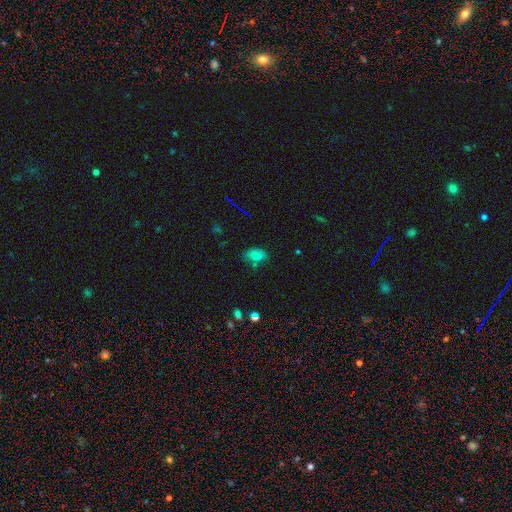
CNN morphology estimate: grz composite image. It shows a smooth galaxy with no disk features (69%) that is in between round and cigar-shaped (86%). Merging: none (69%).